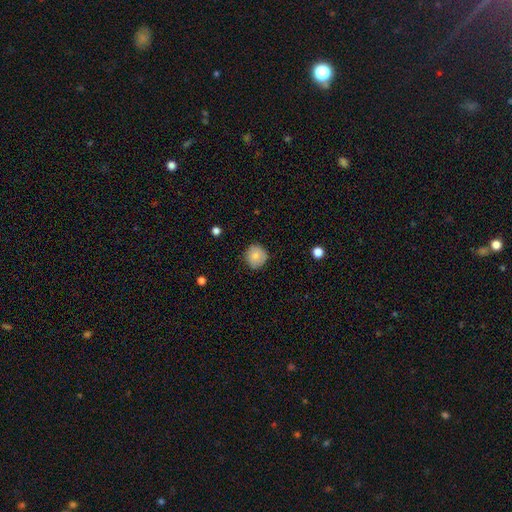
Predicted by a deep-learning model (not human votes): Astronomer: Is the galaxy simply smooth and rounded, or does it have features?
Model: smooth — 81%.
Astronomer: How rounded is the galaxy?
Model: round — 90%.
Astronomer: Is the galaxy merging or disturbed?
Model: none — 81%.